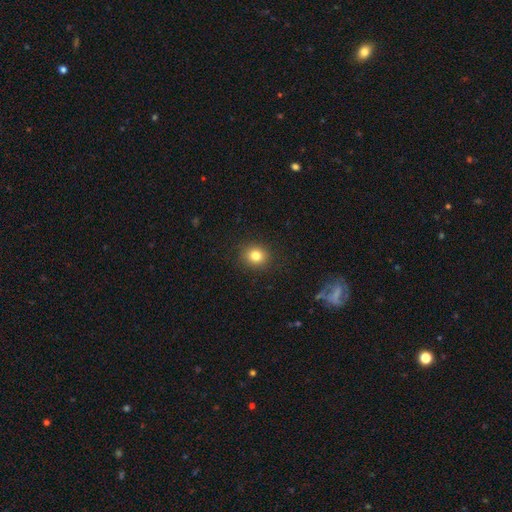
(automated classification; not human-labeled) Overall: smooth (82%). How rounded: round (82%). Merging: none (90%).